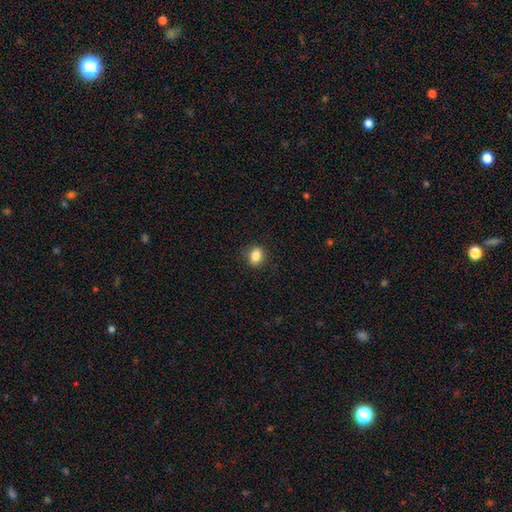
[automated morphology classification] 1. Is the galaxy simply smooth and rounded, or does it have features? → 84% smooth, 10% star or artifact, 6% featured or disk.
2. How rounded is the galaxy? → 66% in between, 32% round, 2% cigar-shaped.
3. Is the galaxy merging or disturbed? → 87% none, 10% minor disturbance, 2% major disturbance, 1% merger.